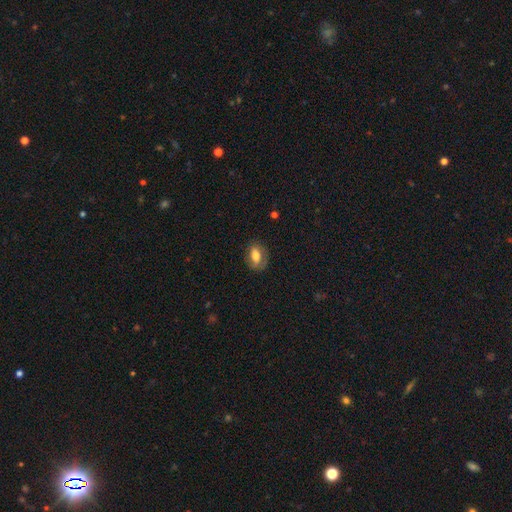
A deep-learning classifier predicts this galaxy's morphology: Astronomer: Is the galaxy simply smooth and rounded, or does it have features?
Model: smooth — 62%.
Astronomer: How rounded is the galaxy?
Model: in between — 82%.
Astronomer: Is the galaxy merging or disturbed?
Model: none — 70%.